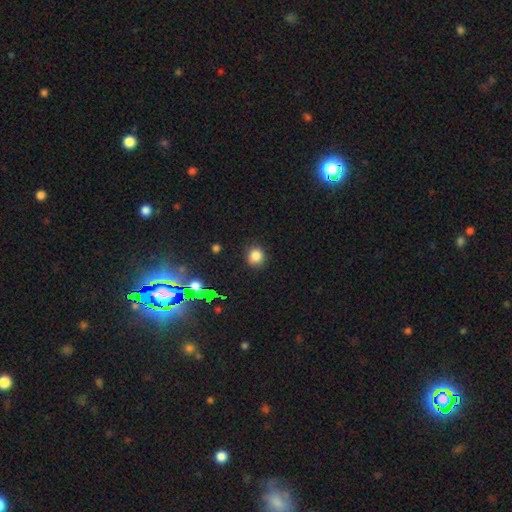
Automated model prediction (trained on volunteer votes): The model was most divided on "smooth or featured": smooth: 83%, star or artifact: 13%, featured or disk: 5%. More confident: how rounded — round (88%); merging — none (87%).